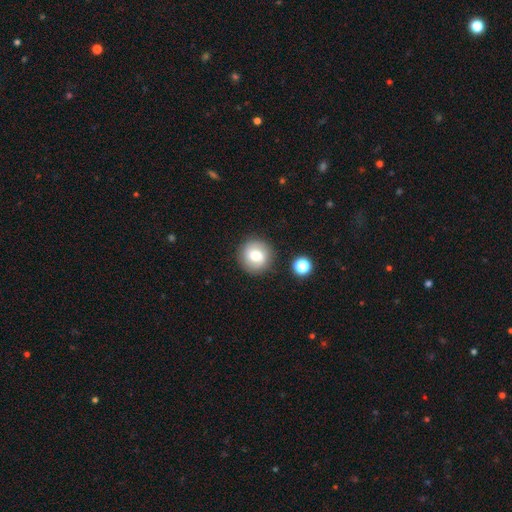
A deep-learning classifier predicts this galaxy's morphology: type=smooth (73%); roundness=round (90%); merging=none (85%).